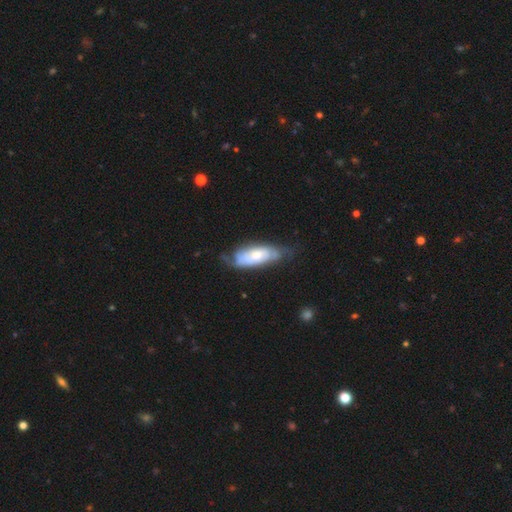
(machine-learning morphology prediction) Smooth or featured?
  - featured or disk: 59% *
  - smooth: 35%
  - star or artifact: 6%
Edge-on disk?
  - no: 83% *
  - yes: 17%
Merging?
  - none: 53% *
  - minor disturbance: 32%
  - major disturbance: 13%
  - merger: 2%